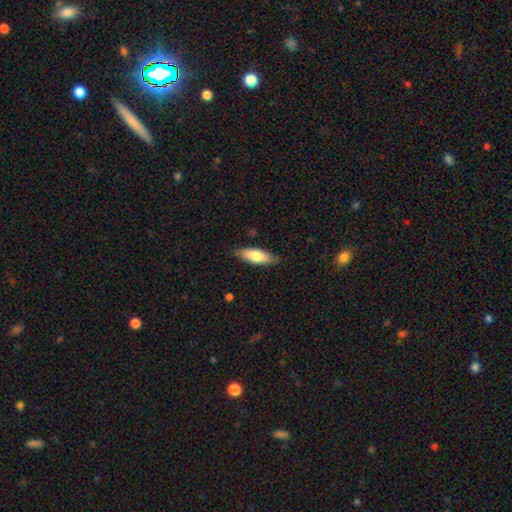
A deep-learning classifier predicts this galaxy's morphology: The model was most divided on "how rounded": in between: 64%, cigar-shaped: 34%, round: 2%. More confident: merging — none (84%); smooth or featured — smooth (75%).